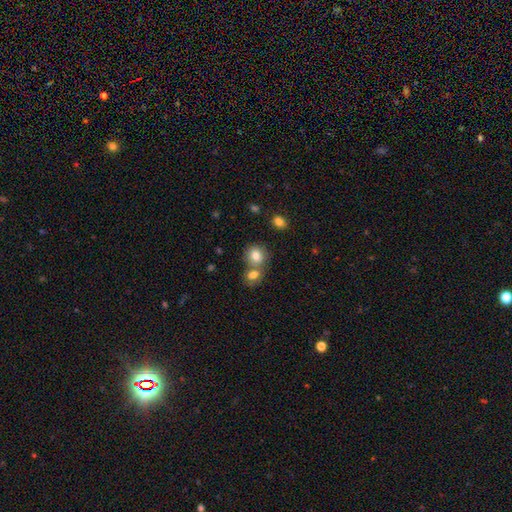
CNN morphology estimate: A smooth galaxy with no disk features (80%) that is round (78%). Merging: none (53%).